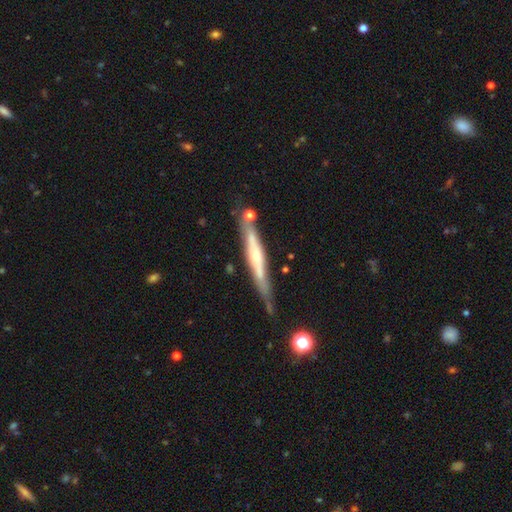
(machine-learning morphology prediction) type=featured or disk (70%); edge-on=yes (91%); edge-on bulge=rounded (68%); merging=none (71%).